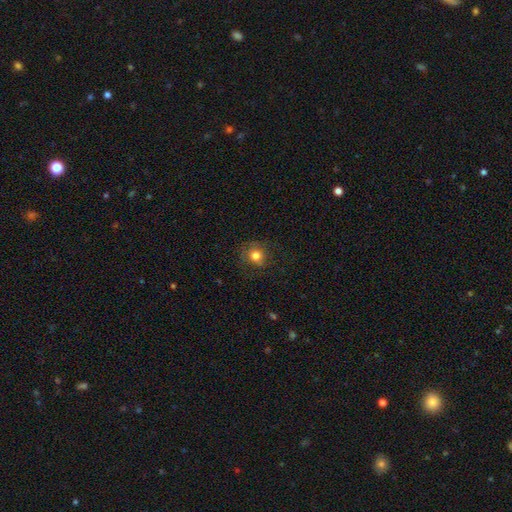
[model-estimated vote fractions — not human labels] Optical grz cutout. It shows a smooth galaxy with no disk features (78%) that is round (84%). Merging: none (78%).